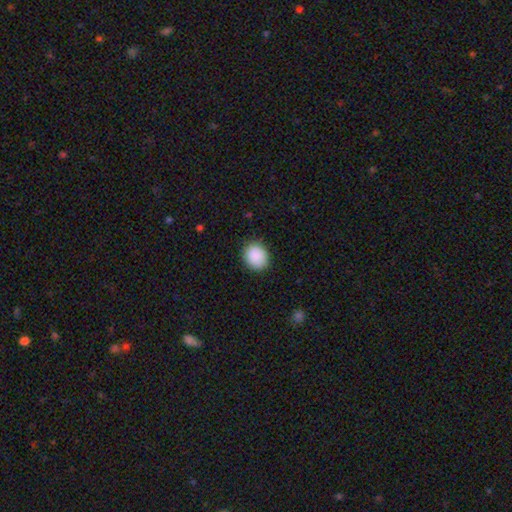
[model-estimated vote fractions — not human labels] Smooth or featured? Predicted: smooth (p=0.90). How rounded? Predicted: round (p=0.67). Merging? Predicted: none (p=0.86).